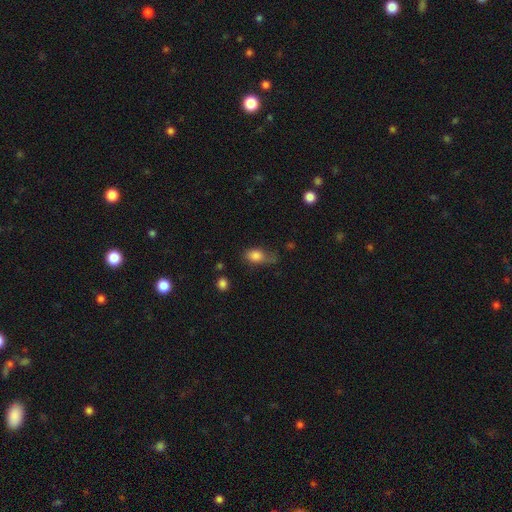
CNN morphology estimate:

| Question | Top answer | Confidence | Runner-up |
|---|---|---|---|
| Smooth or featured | smooth | 80% | featured or disk (11%) |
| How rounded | in between | 78% | round (17%) |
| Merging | none | 39% | minor disturbance (36%) |